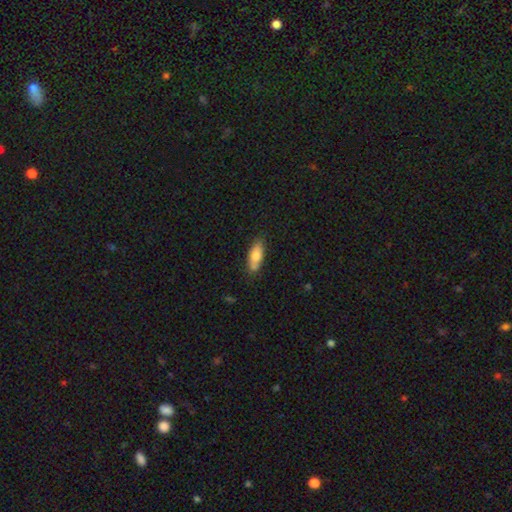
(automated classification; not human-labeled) smooth_or_featured: smooth (p=0.76) [alt: featured or disk p=0.17]
how_rounded: in between (p=0.70) [alt: cigar-shaped p=0.27]
merging: none (p=0.67) [alt: minor disturbance p=0.20]